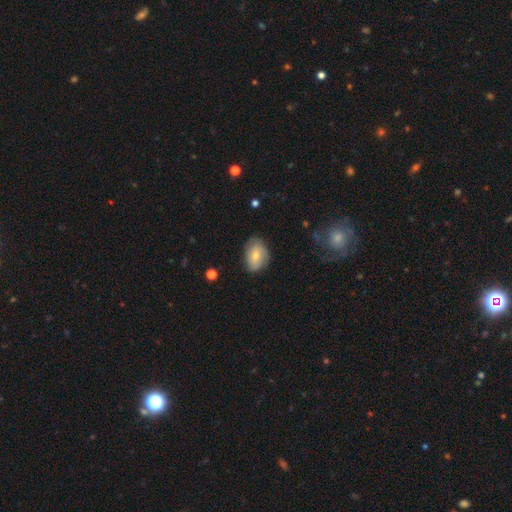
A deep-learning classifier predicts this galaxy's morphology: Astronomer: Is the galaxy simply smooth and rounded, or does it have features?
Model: smooth — 67%.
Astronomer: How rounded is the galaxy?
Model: in between — 78%.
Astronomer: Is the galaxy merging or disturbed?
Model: none — 71%.